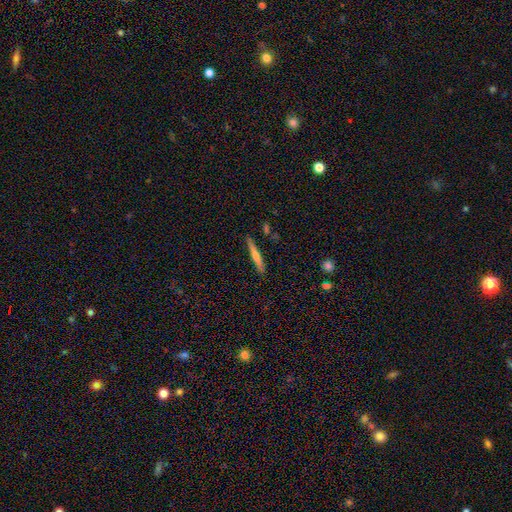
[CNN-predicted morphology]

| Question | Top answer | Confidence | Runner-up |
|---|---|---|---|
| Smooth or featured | smooth | 52% | featured or disk (42%) |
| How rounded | cigar-shaped | 94% | in between (5%) |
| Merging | none | 87% | minor disturbance (9%) |